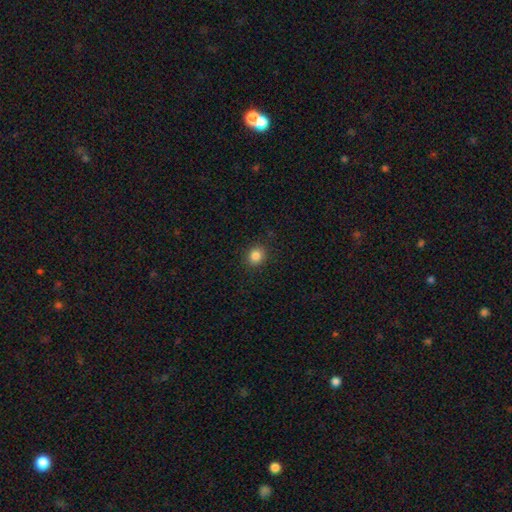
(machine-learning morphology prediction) smooth-or-featured: smooth: 85% | star or artifact: 11% | featured or disk: 4%
  how-rounded: round: 76% | in between: 24% | cigar-shaped: 1%
  merging: none: 90% | minor disturbance: 7% | major disturbance: 2% | merger: 1%